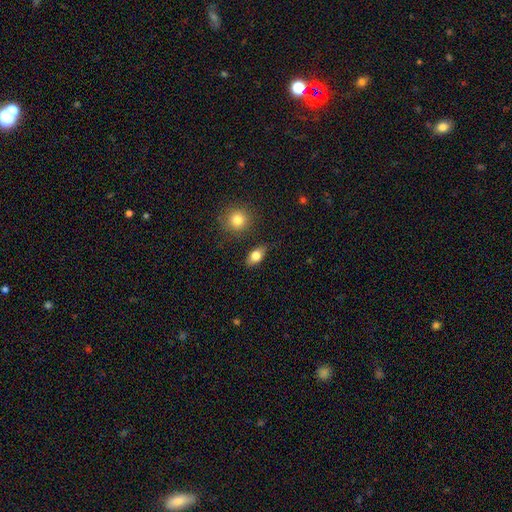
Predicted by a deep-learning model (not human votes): smooth 78%, featured or disk 14%, star or artifact 8%. Down the decision tree: how rounded — in between (82%); merging — none (82%).